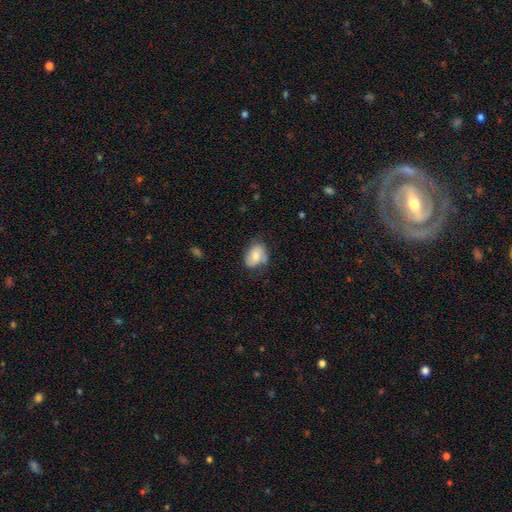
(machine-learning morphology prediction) This appears to be a smooth galaxy with no disk features (64%) that is in between round and cigar-shaped (73%). Merging: none (58%).